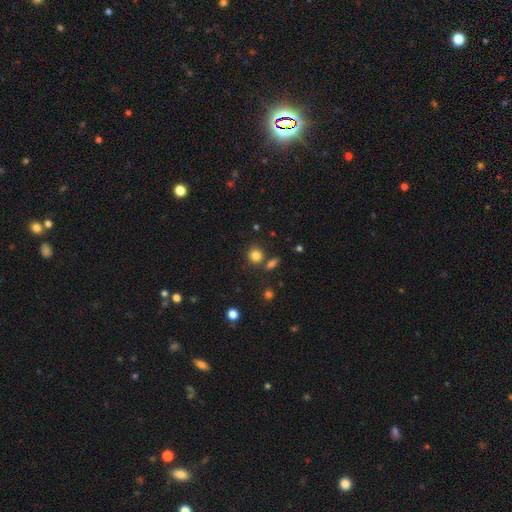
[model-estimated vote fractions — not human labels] Overall: smooth (83%). How rounded: round (84%). Merging: none (74%).